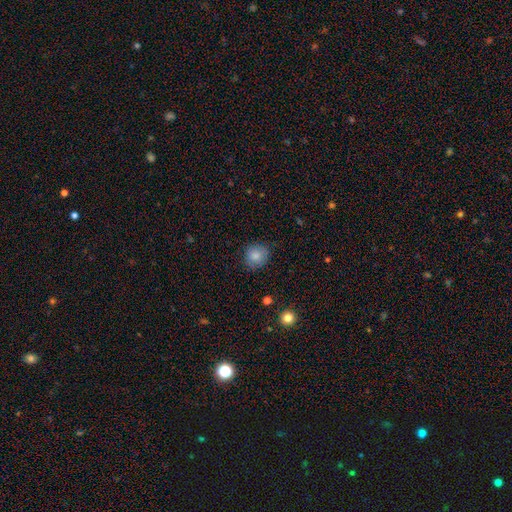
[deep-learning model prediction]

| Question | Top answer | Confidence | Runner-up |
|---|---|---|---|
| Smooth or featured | smooth | 84% | star or artifact (9%) |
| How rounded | round | 83% | in between (16%) |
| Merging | none | 82% | minor disturbance (14%) |